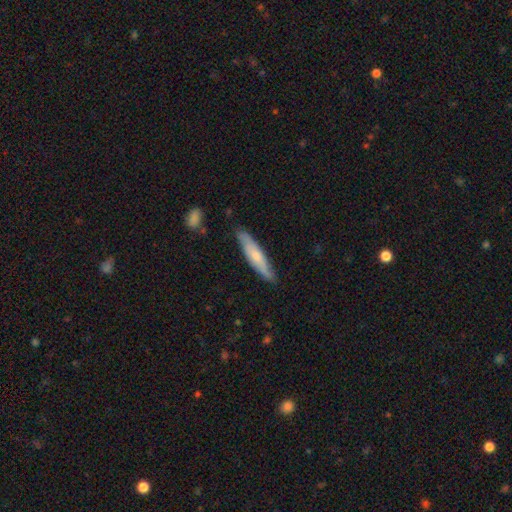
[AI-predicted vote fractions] smooth-or-featured: smooth: 56% | featured or disk: 39% | star or artifact: 5%
  how-rounded: cigar-shaped: 84% | in between: 15% | round: 2%
  merging: none: 82% | minor disturbance: 14% | major disturbance: 2% | merger: 2%